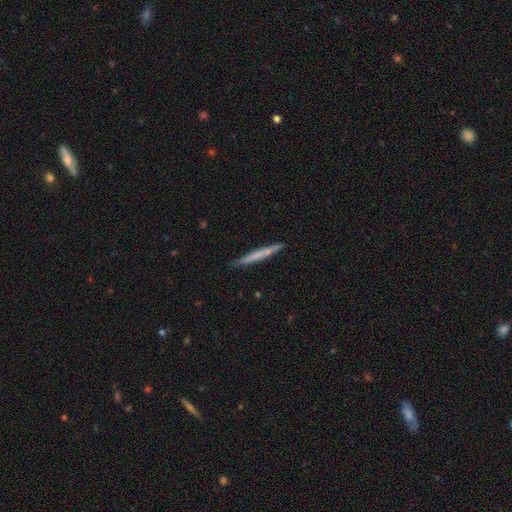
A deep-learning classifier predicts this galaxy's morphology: The model was most divided on "smooth or featured": smooth: 58%, featured or disk: 36%, star or artifact: 5%. More confident: how rounded — cigar-shaped (97%); merging — none (85%).